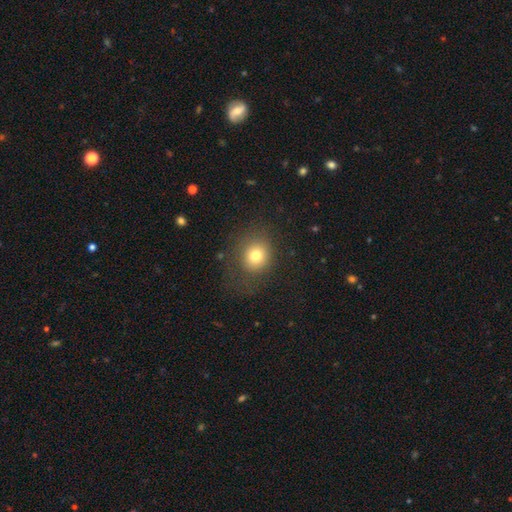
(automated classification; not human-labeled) Q: Smooth or featured?
A: smooth (76%); runner-up: star or artifact (13%)
Q: How rounded?
A: round (75%); runner-up: in between (24%)
Q: Merging?
A: none (71%); runner-up: minor disturbance (16%)